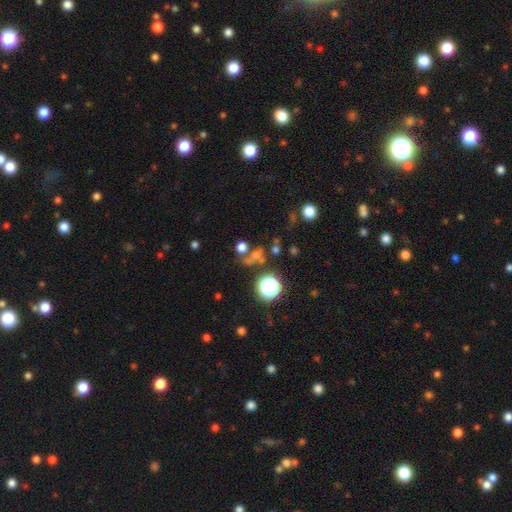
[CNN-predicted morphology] Overall: star or artifact (45%; smooth 40%).